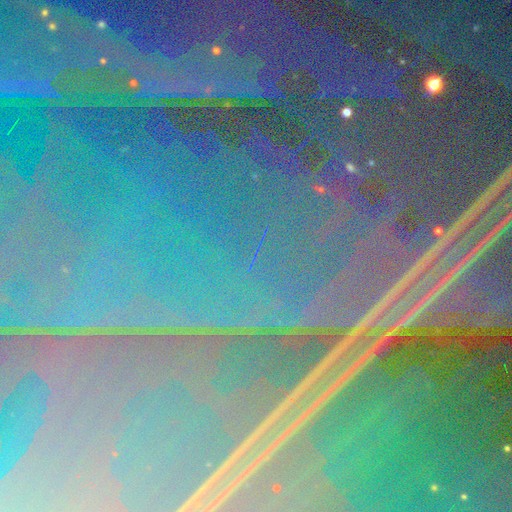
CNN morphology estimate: Smooth or featured? star or artifact (90%)